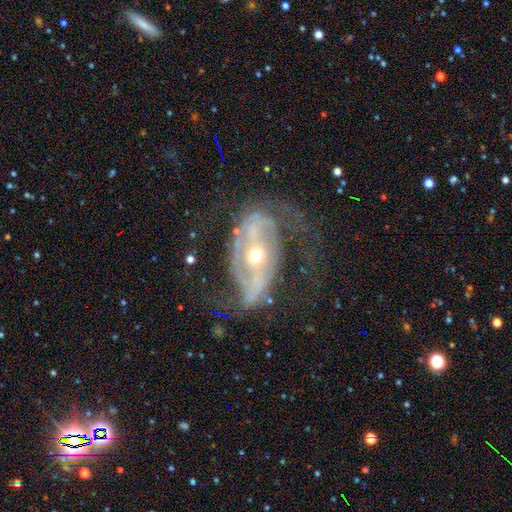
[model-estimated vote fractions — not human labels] The model was most divided on "bulge size": moderate: 52%, small: 43%, large: 3%, dominant: 1%, none: 1%. Remaining: edge-on disk — no (94%); spiral arms — yes (91%); smooth or featured — featured or disk (88%); spiral arm count — 2 (82%); merging — none (55%); bar — strong (49%); spiral winding — medium (46%).